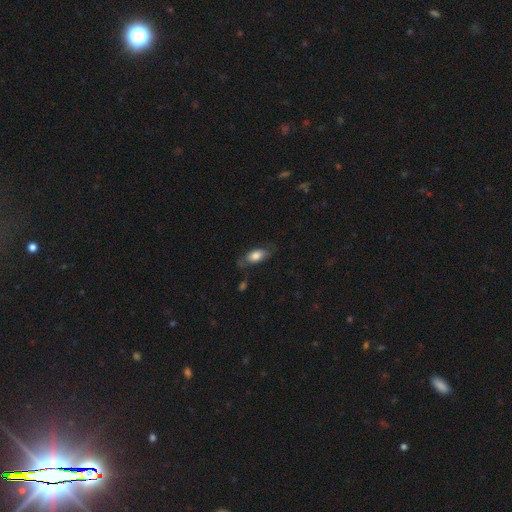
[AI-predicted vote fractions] The model was most divided on "merging": none: 67%, minor disturbance: 22%, major disturbance: 9%, merger: 2%. More confident: how rounded — in between (86%); smooth or featured — smooth (74%).